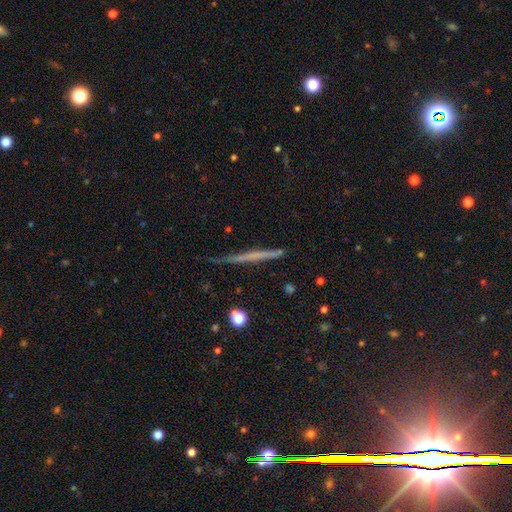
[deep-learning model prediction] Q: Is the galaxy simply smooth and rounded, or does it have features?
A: featured or disk — 52%.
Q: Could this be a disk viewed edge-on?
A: yes — 96%.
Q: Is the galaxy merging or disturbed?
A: none — 86%.